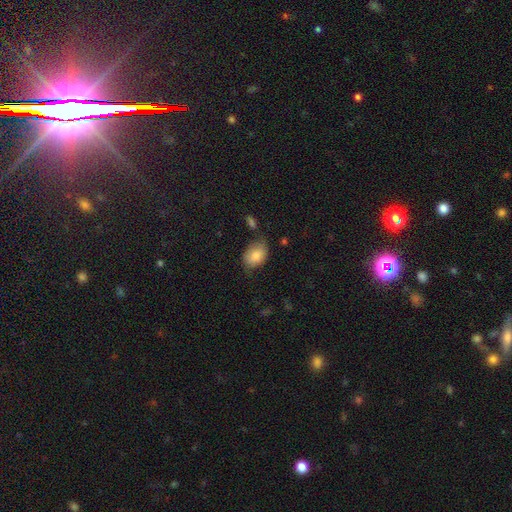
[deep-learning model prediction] The model was most divided on "merging": none: 60%, minor disturbance: 29%, major disturbance: 7%, merger: 4%. More confident: how rounded — in between (83%); smooth or featured — smooth (82%).